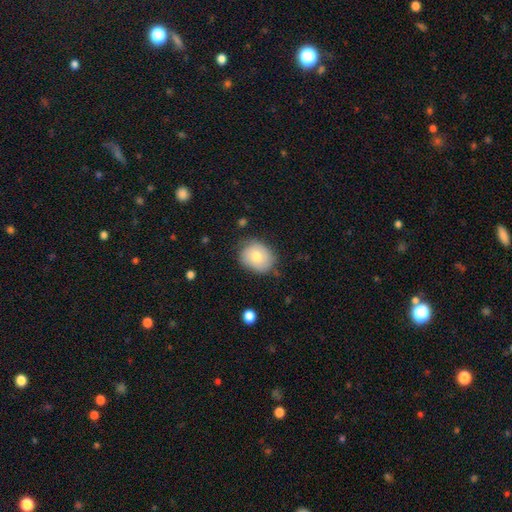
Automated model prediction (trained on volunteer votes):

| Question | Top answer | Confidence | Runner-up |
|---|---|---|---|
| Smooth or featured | smooth | 74% | featured or disk (19%) |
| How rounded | round | 57% | in between (42%) |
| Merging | none | 74% | minor disturbance (20%) |